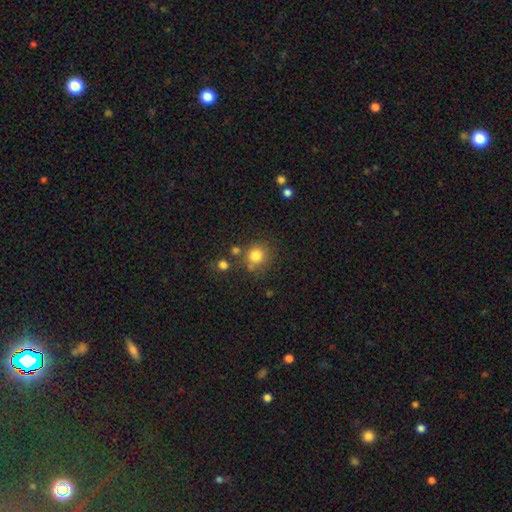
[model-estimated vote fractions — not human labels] Smooth or featured? Predicted: smooth (p=0.81). How rounded? Predicted: round (p=0.89). Merging? Predicted: none (p=0.72).